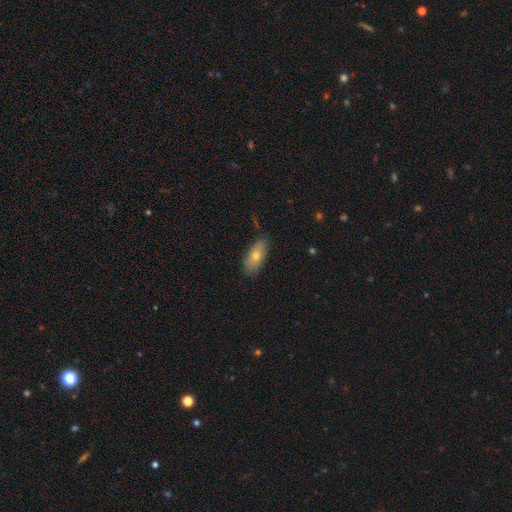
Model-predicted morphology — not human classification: Q: Smooth or featured?
A: smooth (67%); runner-up: featured or disk (25%)
Q: How rounded?
A: in between (85%); runner-up: cigar-shaped (11%)
Q: Merging?
A: none (76%); runner-up: minor disturbance (19%)